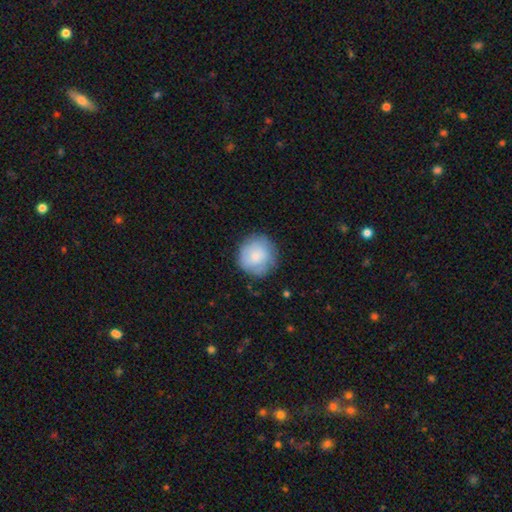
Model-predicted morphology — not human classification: Q: Smooth or featured?
A: smooth (62%); runner-up: featured or disk (30%)
Q: How rounded?
A: round (91%); runner-up: in between (8%)
Q: Merging?
A: none (78%); runner-up: minor disturbance (16%)